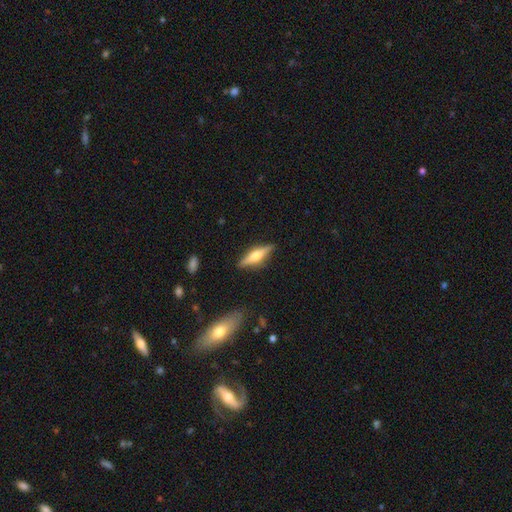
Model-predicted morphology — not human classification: Smooth or featured? featured or disk (61%)
Edge-on disk? yes (96%)
Edge-on bulge? rounded (89%)
Merging? none (87%)